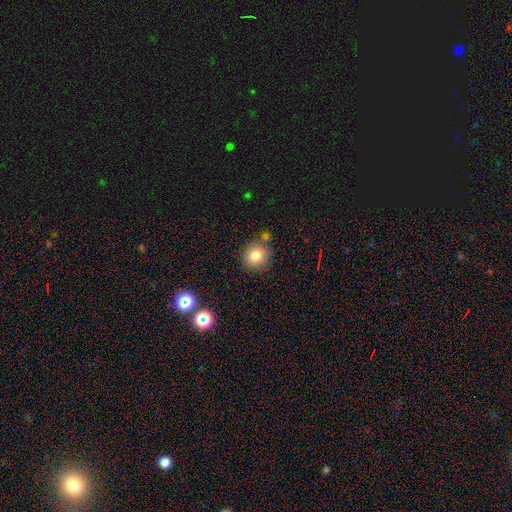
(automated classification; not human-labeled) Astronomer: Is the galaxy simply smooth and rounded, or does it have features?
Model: smooth — 80%.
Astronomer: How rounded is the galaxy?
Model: round — 87%.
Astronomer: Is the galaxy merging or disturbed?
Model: none — 78%.